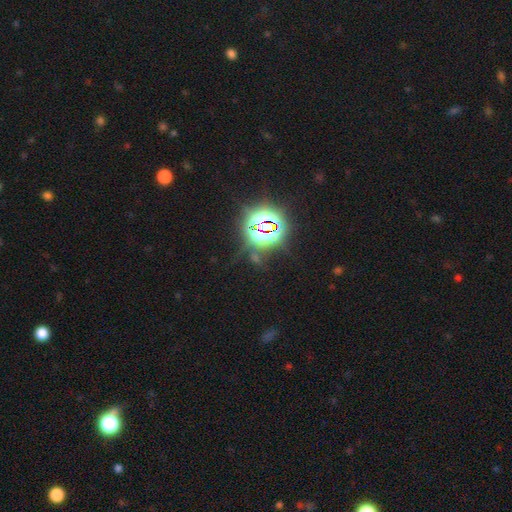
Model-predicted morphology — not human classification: A star or artifact, not a galaxy (80%).